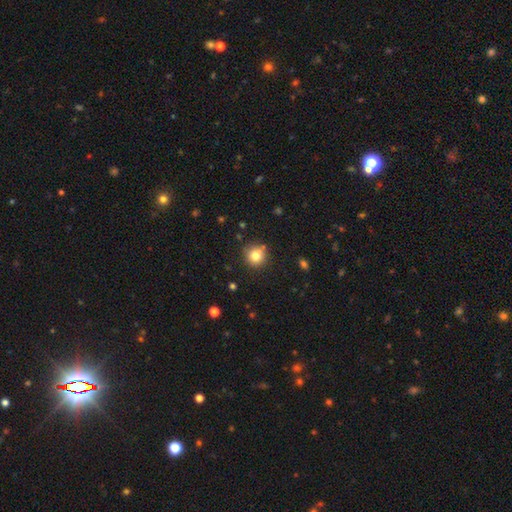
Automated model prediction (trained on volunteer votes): Morphology: type=smooth (80%); roundness=round (93%); merging=none (83%).